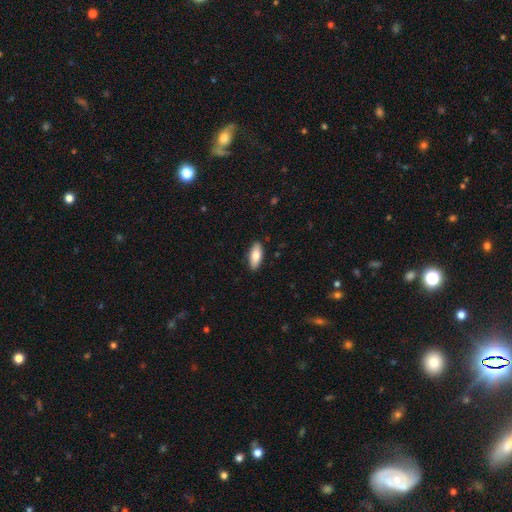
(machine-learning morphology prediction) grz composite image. It shows a smooth galaxy with no disk features (81%) that is in between round and cigar-shaped (79%). Merging: none (88%).